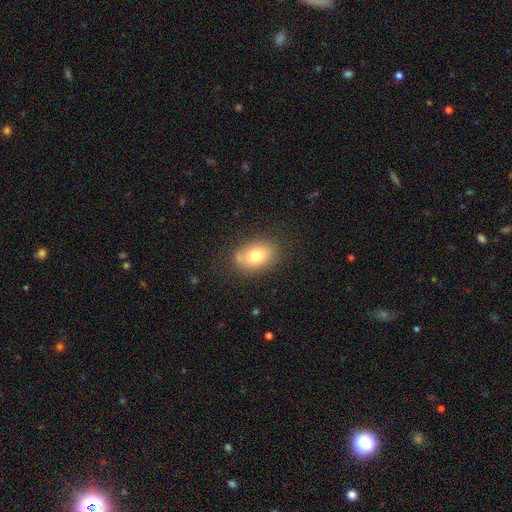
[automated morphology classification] A smooth galaxy with no disk features (74%) that is in between round and cigar-shaped (76%). Merging: none (75%).